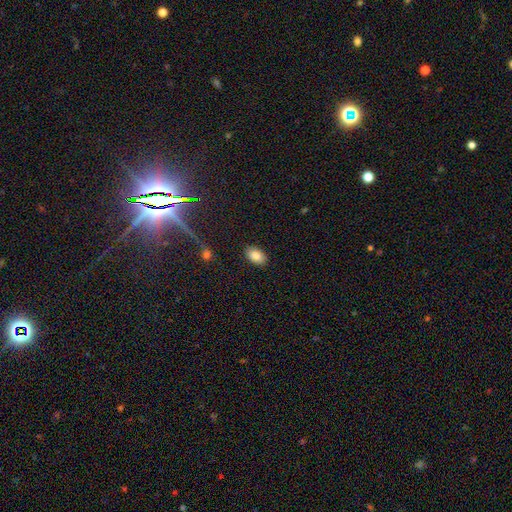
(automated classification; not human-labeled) Smooth or featured: smooth — 85% (star or artifact — 9%)
How rounded: in between — 90% (round — 9%)
Merging: none — 88% (minor disturbance — 8%)